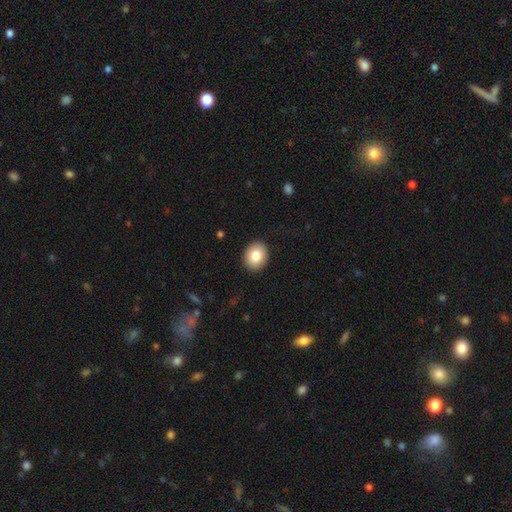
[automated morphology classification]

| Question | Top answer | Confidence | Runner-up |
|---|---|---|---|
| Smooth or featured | smooth | 83% | featured or disk (9%) |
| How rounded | round | 52% | in between (48%) |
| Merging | none | 90% | minor disturbance (7%) |